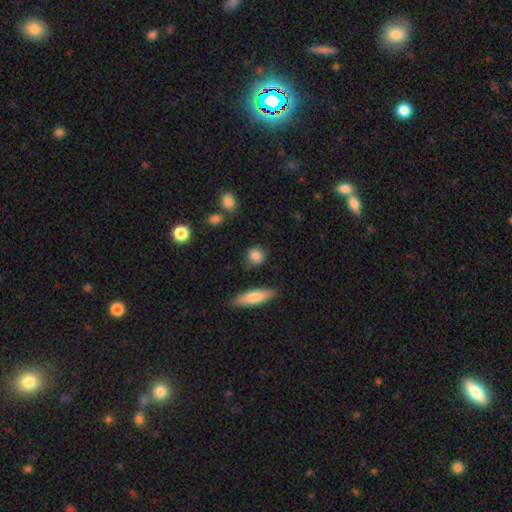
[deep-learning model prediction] Smooth or featured? smooth (85%)
How rounded? round (75%)
Merging? none (83%)